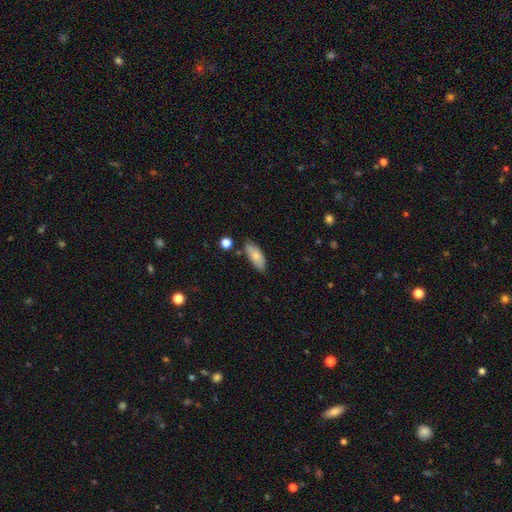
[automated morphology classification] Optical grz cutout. It shows a smooth galaxy with no disk features (78%) that is in between round and cigar-shaped (81%). Merging: none (77%).